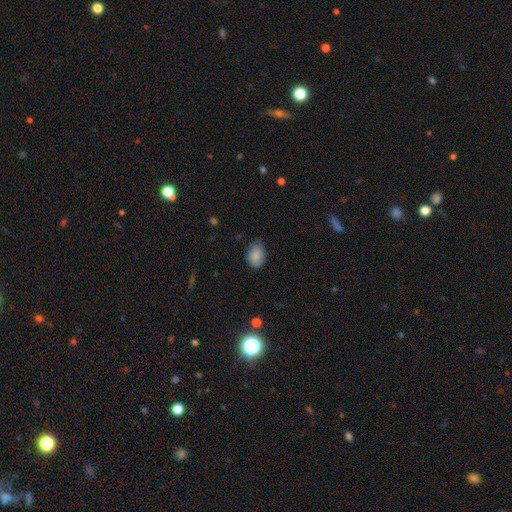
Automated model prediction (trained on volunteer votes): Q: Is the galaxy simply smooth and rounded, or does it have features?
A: smooth — 84%.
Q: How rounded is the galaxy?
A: in between — 74%.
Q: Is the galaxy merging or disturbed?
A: none — 72%.